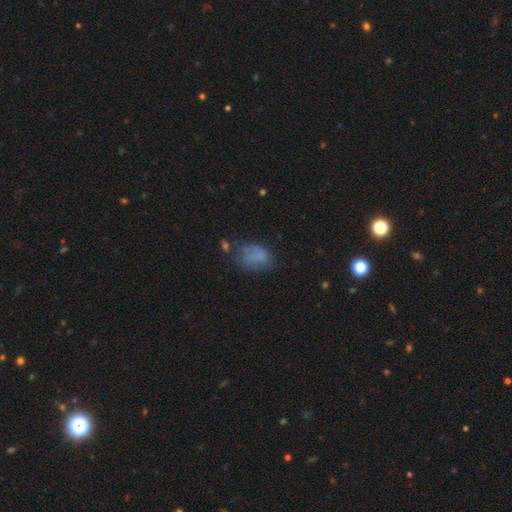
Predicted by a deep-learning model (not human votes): This is likely a smooth galaxy (71%). How rounded: likely in between (79%). Merging: possibly none (45%).